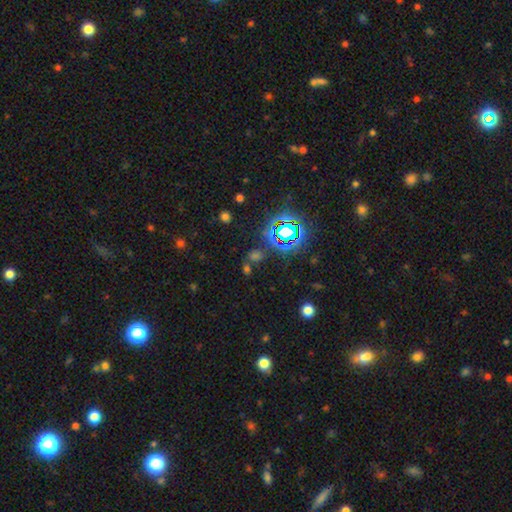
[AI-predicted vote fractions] Morphology: type=star or artifact (63%).